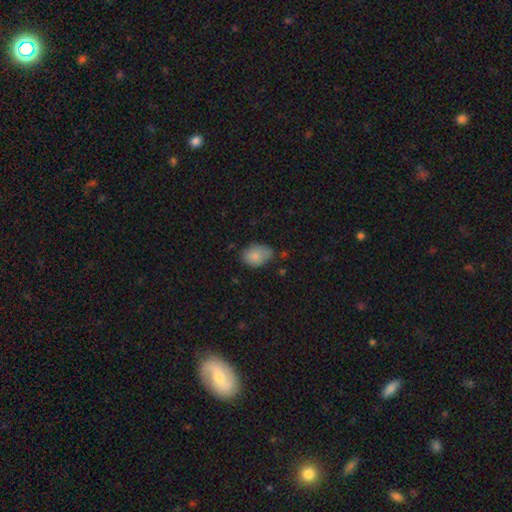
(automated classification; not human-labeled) Smooth or featured? smooth (83%)
How rounded? in between (76%)
Merging? none (53%)